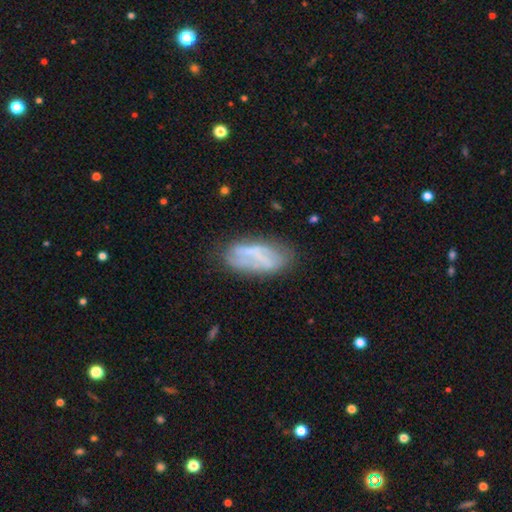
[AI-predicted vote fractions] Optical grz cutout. It shows a featured or disk galaxy (49%). Merging: none (59%).